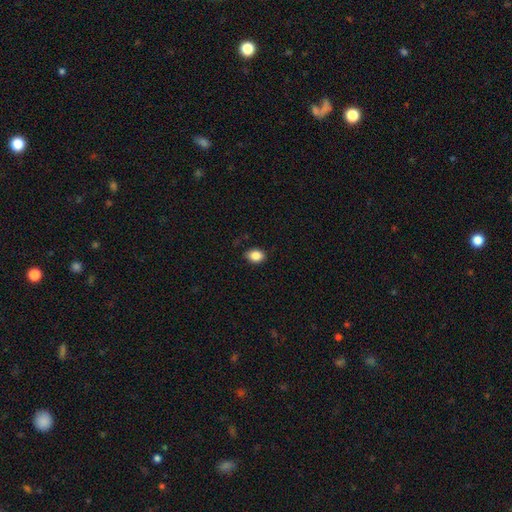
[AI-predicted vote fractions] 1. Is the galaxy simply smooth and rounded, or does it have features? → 87% smooth, 9% star or artifact, 4% featured or disk.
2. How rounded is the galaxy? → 64% in between, 35% round, 1% cigar-shaped.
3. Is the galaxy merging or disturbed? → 85% none, 12% minor disturbance, 2% major disturbance, 1% merger.